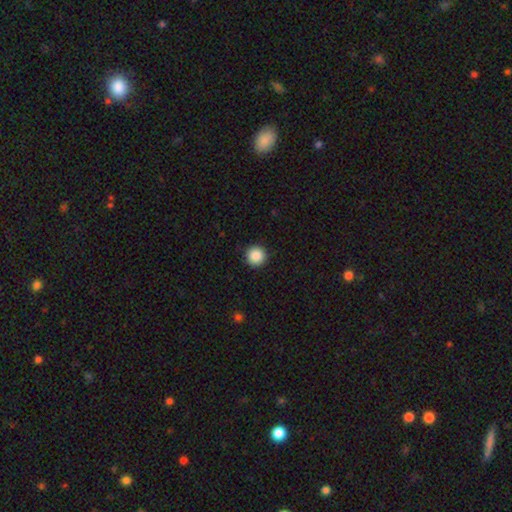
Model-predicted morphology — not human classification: smooth 88%, star or artifact 9%, featured or disk 3%. Down the decision tree: how rounded — round (96%); merging — none (92%).